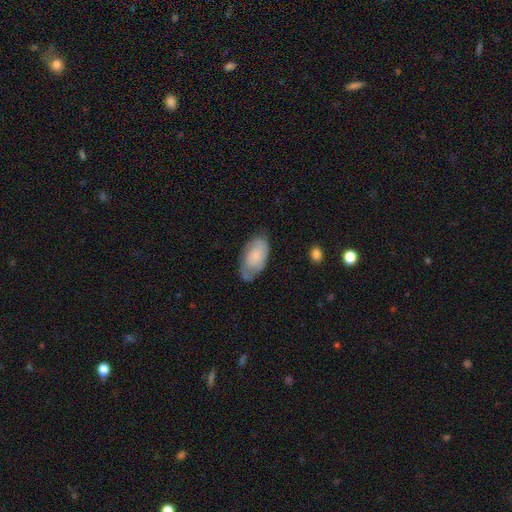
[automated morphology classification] A smooth galaxy with no disk features (68%) that is in between round and cigar-shaped (94%).

Vote fractions:
- Smooth or featured? smooth: 68% / featured or disk: 25% / star or artifact: 7%
- How rounded? in between: 94% / round: 3% / cigar-shaped: 2%
- Merging? none: 59% / minor disturbance: 30% / major disturbance: 9% / merger: 2%